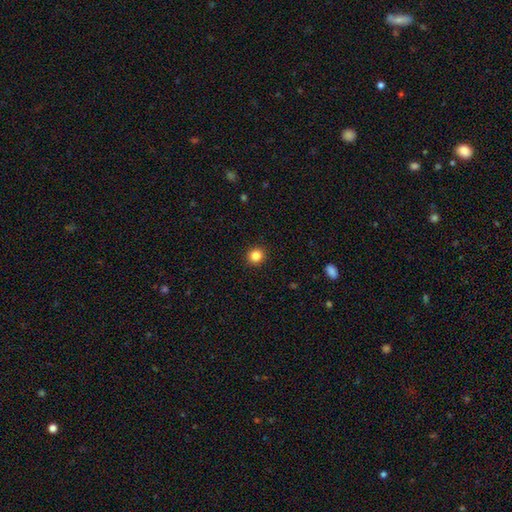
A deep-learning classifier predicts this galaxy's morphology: Smooth or featured? smooth (85%)
How rounded? round (92%)
Merging? none (93%)